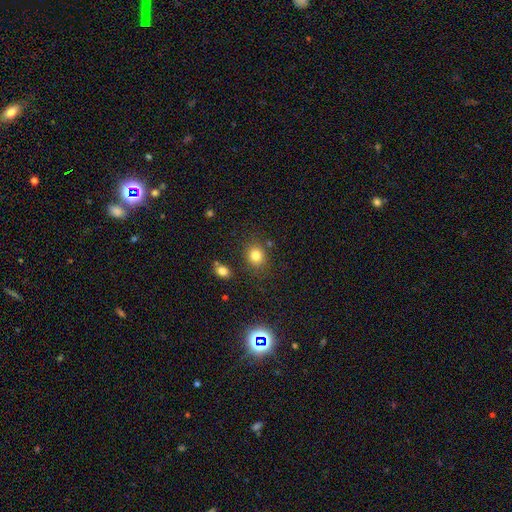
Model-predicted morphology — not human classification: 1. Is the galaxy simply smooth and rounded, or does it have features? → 80% smooth, 13% star or artifact, 7% featured or disk.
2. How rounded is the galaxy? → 71% round, 28% in between, 1% cigar-shaped.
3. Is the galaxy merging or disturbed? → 81% none, 11% minor disturbance, 5% merger, 4% major disturbance.